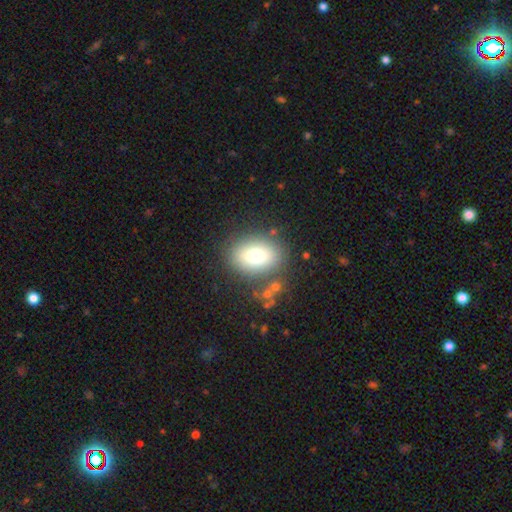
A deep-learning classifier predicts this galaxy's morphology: This appears to be a smooth galaxy with no disk features (73%) that is in between round and cigar-shaped (65%). Merging: none (79%).